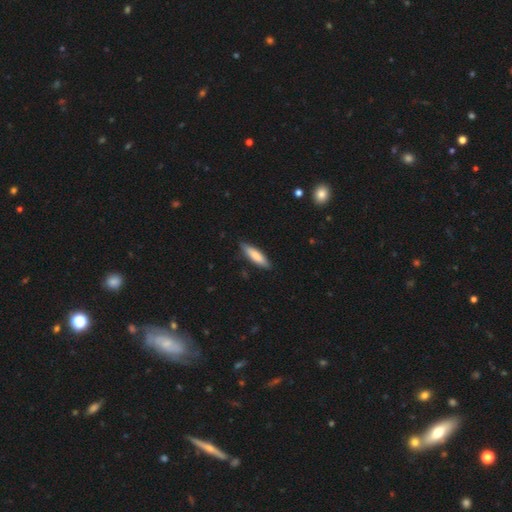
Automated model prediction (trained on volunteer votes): Overall: smooth (77%). How rounded: cigar-shaped (66%; in between 33%). Merging: none (86%).